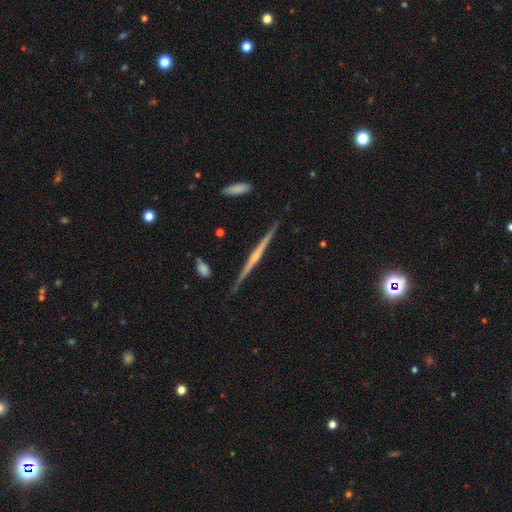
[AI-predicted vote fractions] Q: Smooth or featured?
A: featured or disk (82%); runner-up: smooth (13%)
Q: Edge-on disk?
A: yes (98%); runner-up: no (2%)
Q: Edge-on bulge?
A: rounded (68%); runner-up: none (24%)
Q: Merging?
A: none (89%); runner-up: minor disturbance (8%)